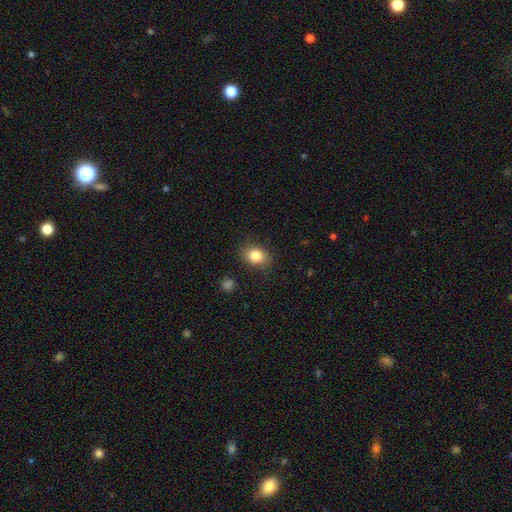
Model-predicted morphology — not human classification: The model was most divided on "how rounded": in between: 60%, round: 39%, cigar-shaped: 1%. More confident: smooth or featured — smooth (84%); merging — none (82%).